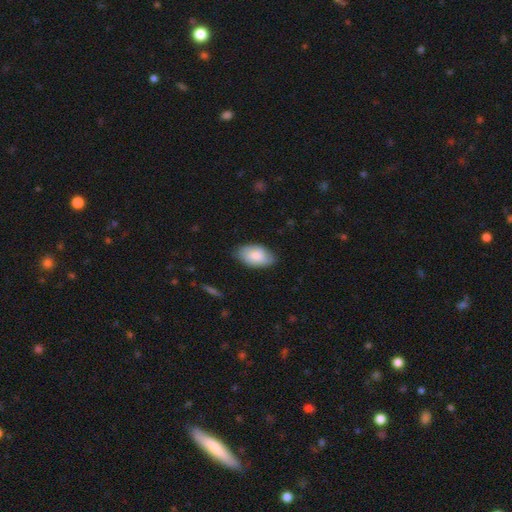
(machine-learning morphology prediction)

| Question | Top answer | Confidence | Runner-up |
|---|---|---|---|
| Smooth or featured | smooth | 82% | featured or disk (12%) |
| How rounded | in between | 94% | round (4%) |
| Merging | none | 77% | minor disturbance (19%) |